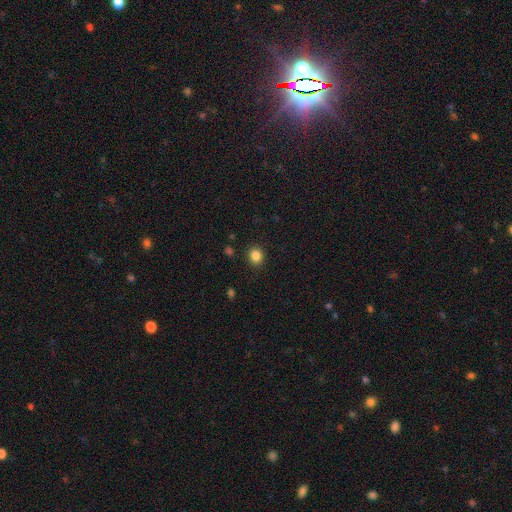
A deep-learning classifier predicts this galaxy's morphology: Q: Smooth or featured?
A: smooth (85%); runner-up: star or artifact (11%)
Q: How rounded?
A: round (69%); runner-up: in between (30%)
Q: Merging?
A: none (89%); runner-up: minor disturbance (7%)